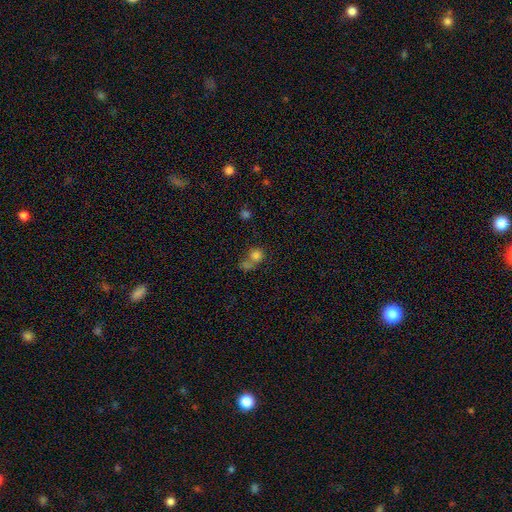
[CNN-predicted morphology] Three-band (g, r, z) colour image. It shows a smooth galaxy with no disk features (76%) that is round (82%). Merging: merger (46%).